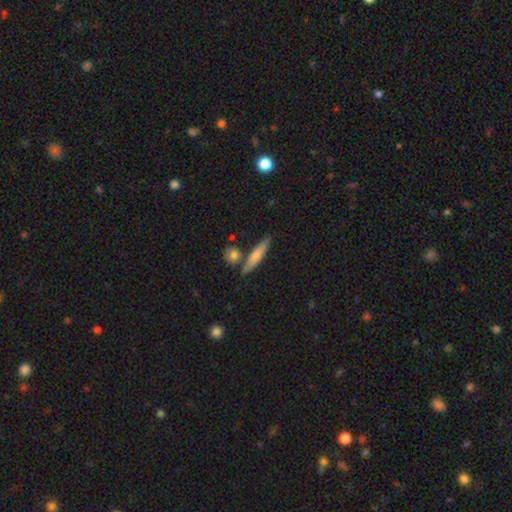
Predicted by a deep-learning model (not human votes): This is likely a smooth galaxy (68%). How rounded: clearly cigar-shaped (82%). Merging: likely none (77%).